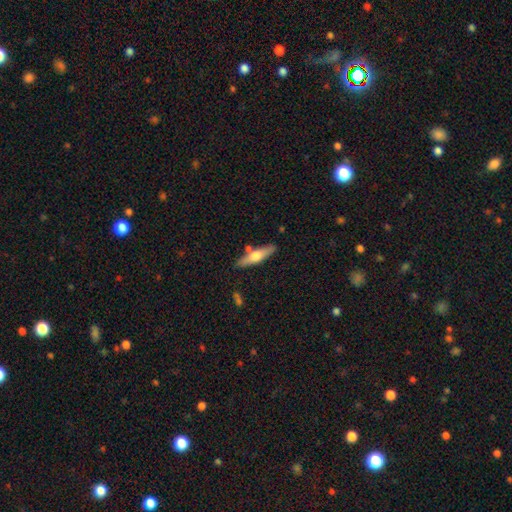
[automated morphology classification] The model was most divided on "smooth or featured": smooth: 51%, featured or disk: 43%, star or artifact: 5%. More confident: merging — none (79%); how rounded — cigar-shaped (74%).